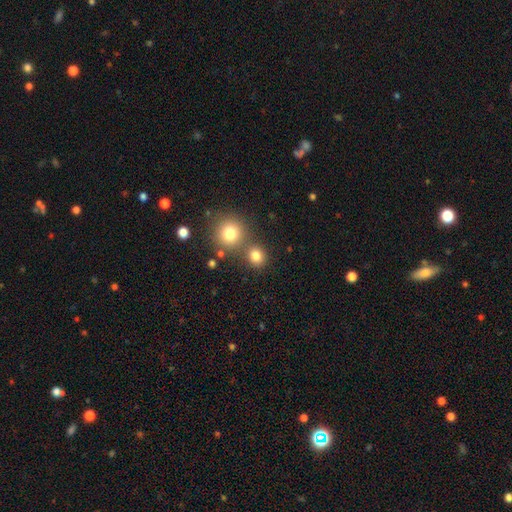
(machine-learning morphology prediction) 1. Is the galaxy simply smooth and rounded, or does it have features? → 80% smooth, 13% star or artifact, 7% featured or disk.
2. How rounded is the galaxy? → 79% round, 20% in between, 1% cigar-shaped.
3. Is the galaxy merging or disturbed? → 68% none, 21% merger, 8% minor disturbance, 3% major disturbance.